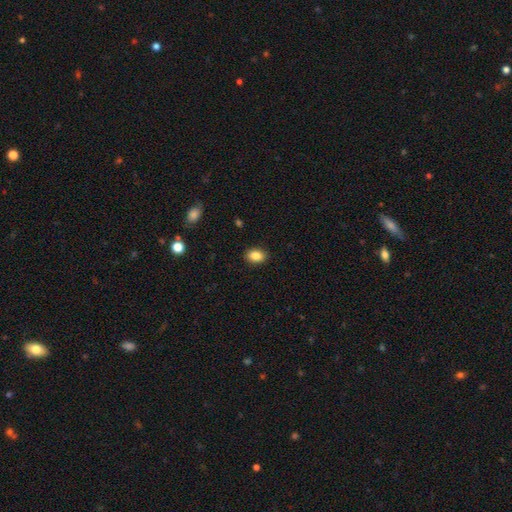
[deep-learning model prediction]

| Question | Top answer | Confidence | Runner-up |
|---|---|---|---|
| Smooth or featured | smooth | 87% | star or artifact (9%) |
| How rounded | in between | 79% | round (20%) |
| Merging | none | 89% | minor disturbance (8%) |